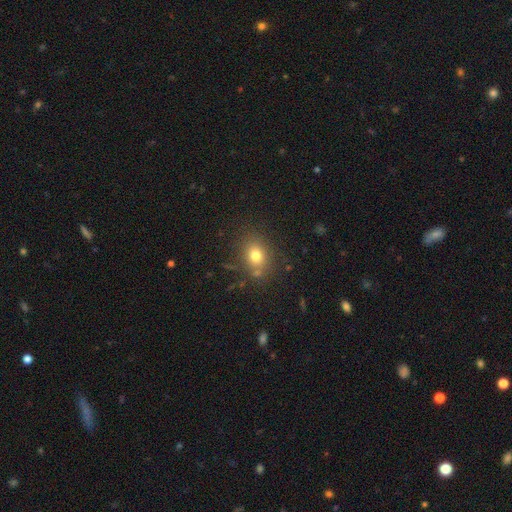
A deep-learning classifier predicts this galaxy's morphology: Smooth or featured? smooth (76%)
How rounded? in between (50%)
Merging? none (76%)